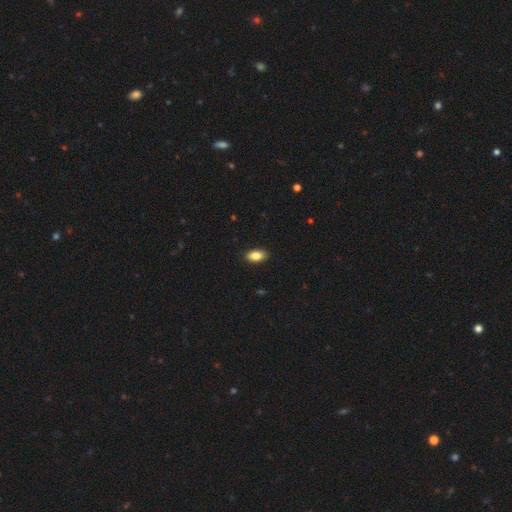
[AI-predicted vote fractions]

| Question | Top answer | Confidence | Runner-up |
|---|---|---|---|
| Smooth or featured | smooth | 88% | star or artifact (7%) |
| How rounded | in between | 93% | round (4%) |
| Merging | none | 89% | minor disturbance (8%) |